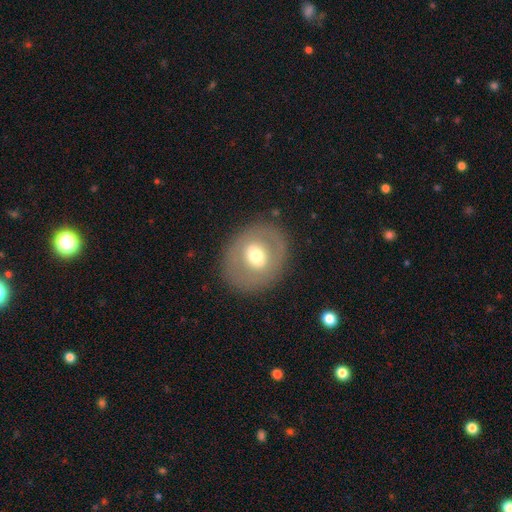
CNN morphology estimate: type=smooth (51%); roundness=round (67%); merging=none (83%).